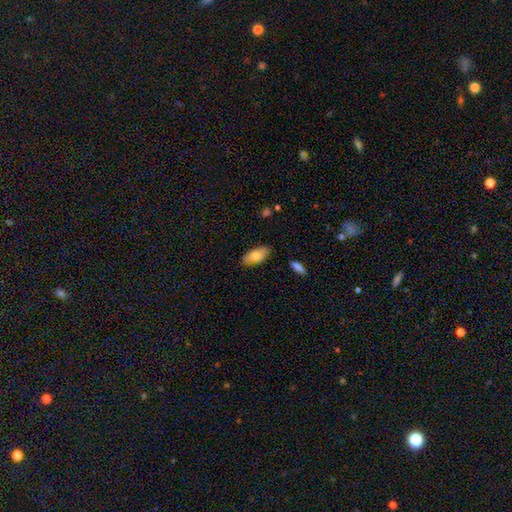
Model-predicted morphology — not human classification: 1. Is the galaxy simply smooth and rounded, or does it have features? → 75% smooth, 19% featured or disk, 6% star or artifact.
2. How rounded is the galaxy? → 89% in between, 8% cigar-shaped, 3% round.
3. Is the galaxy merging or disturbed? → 84% none, 12% minor disturbance, 2% major disturbance, 2% merger.